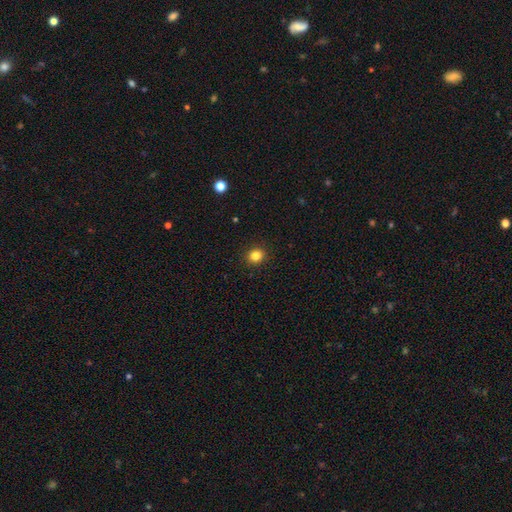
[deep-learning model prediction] smooth-or-featured: smooth: 83% | star or artifact: 12% | featured or disk: 5%
  how-rounded: round: 81% | in between: 19% | cigar-shaped: 1%
  merging: none: 92% | minor disturbance: 6% | major disturbance: 2% | merger: 1%